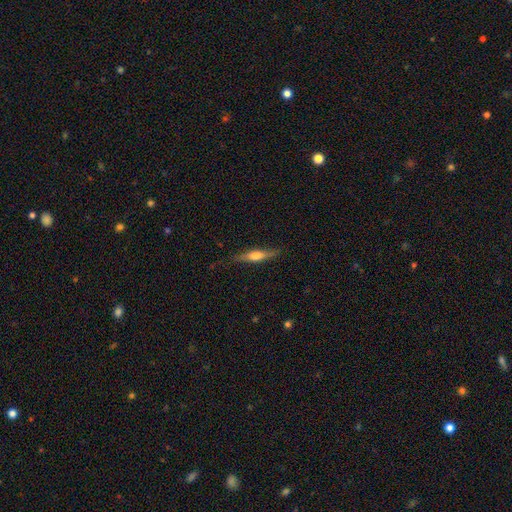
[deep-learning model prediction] Q: Smooth or featured?
A: featured or disk (49%); runner-up: smooth (44%)
Q: Merging?
A: none (82%); runner-up: minor disturbance (14%)